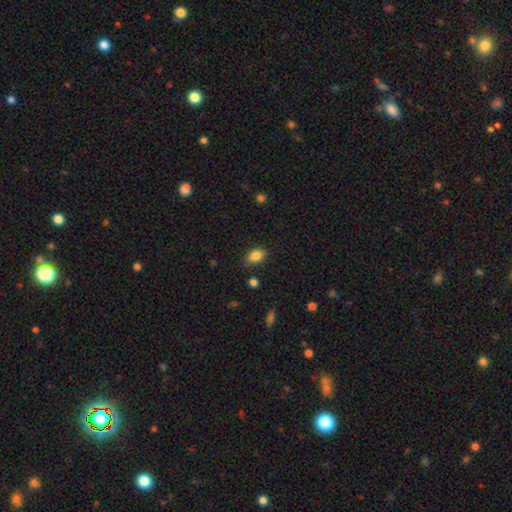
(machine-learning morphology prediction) type=smooth (85%); roundness=in between (86%); merging=none (80%).